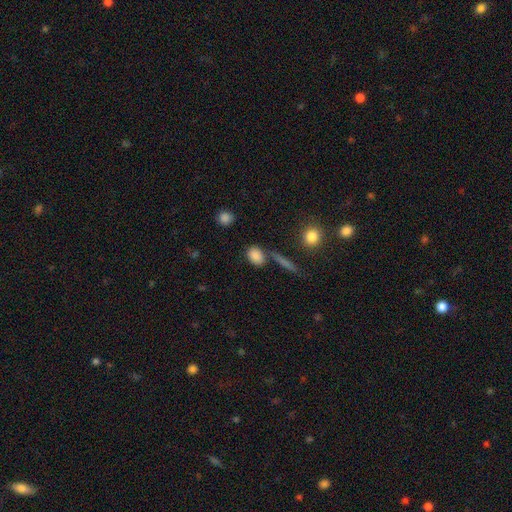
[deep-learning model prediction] Smooth or featured?
  - smooth: 85% *
  - star or artifact: 9%
  - featured or disk: 6%
How rounded?
  - in between: 68% *
  - round: 28%
  - cigar-shaped: 4%
Merging?
  - none: 70% *
  - minor disturbance: 14%
  - merger: 11%
  - major disturbance: 5%